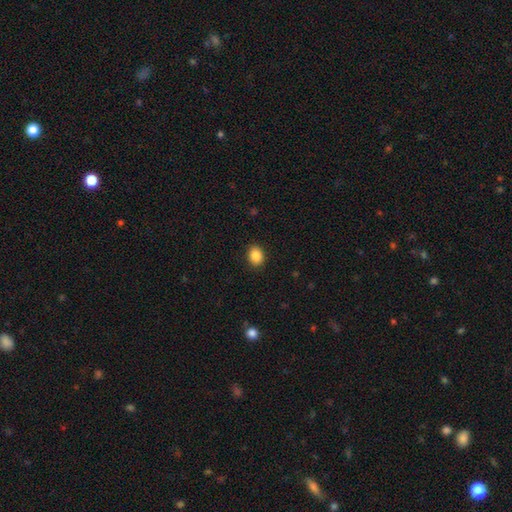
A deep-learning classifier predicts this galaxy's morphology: The model was most divided on "how rounded": in between: 63%, round: 36%, cigar-shaped: 1%. More confident: merging — none (89%); smooth or featured — smooth (87%).